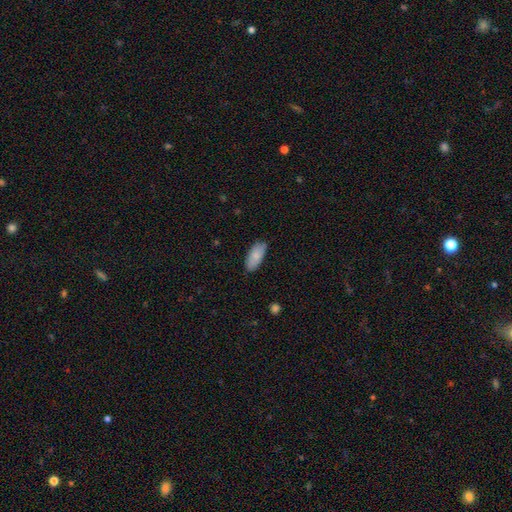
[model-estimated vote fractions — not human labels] A smooth galaxy with no disk features (85%) that is in between round and cigar-shaped (89%).

Vote fractions:
- Smooth or featured? smooth: 85% / featured or disk: 9% / star or artifact: 6%
- How rounded? in between: 89% / cigar-shaped: 9% / round: 2%
- Merging? none: 82% / minor disturbance: 14% / major disturbance: 2% / merger: 1%